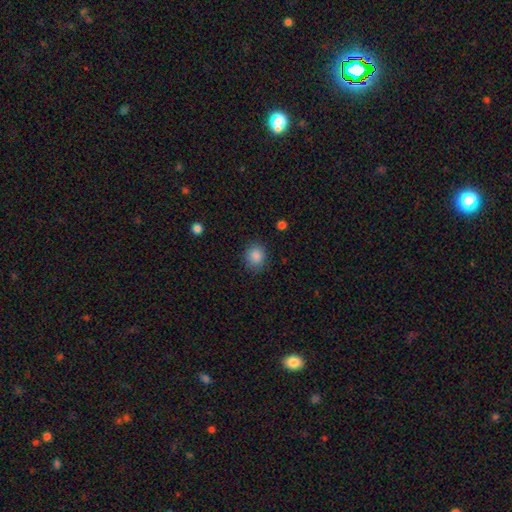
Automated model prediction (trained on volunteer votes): smooth-or-featured: smooth: 86% | star or artifact: 10% | featured or disk: 4%
  how-rounded: round: 75% | in between: 24% | cigar-shaped: 1%
  merging: none: 86% | minor disturbance: 10% | major disturbance: 3% | merger: 1%